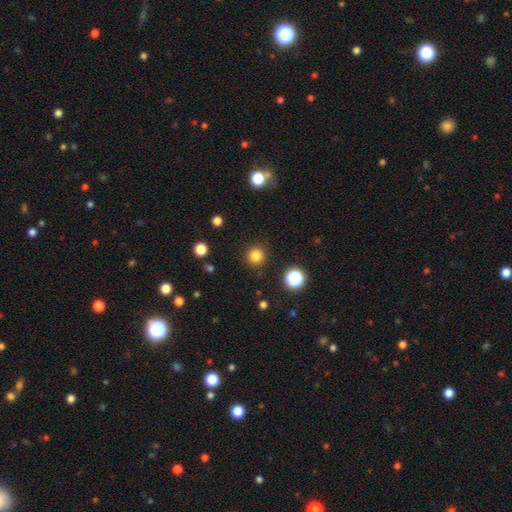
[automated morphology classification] A smooth galaxy with no disk features (82%) that is round (95%).

Vote fractions:
- Smooth or featured? smooth: 82% / star or artifact: 14% / featured or disk: 4%
- How rounded? round: 95% / in between: 4% / cigar-shaped: 1%
- Merging? none: 91% / minor disturbance: 6% / major disturbance: 2% / merger: 1%